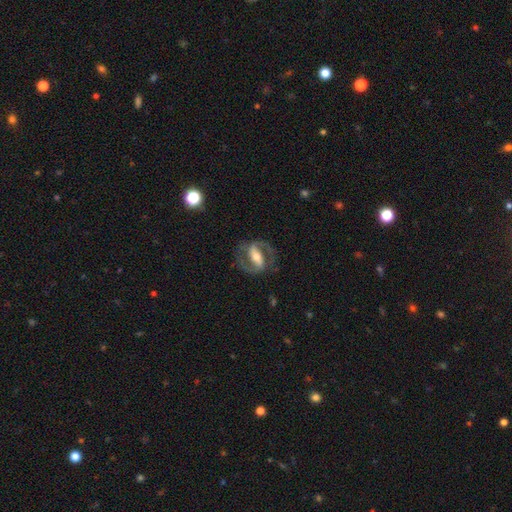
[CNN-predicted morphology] smooth-or-featured: featured or disk: 86% | smooth: 9% | star or artifact: 5%
  disk-edge-on: no: 95% | yes: 5%
    bar: strong: 65% | weak: 24% | no: 11%
    has-spiral-arms: yes: 93% | no: 7%
      spiral-winding: medium: 57% | tight: 25% | loose: 18%
      spiral-arm-count: 2: 92% | can't tell: 3% | 1: 2% | 3: 1% | 4: 1% | more than 4: 1%
    bulge-size: moderate: 60% | small: 28% | large: 9% | none: 2% | dominant: 1%
  merging: none: 79% | minor disturbance: 12% | major disturbance: 8% | merger: 1%